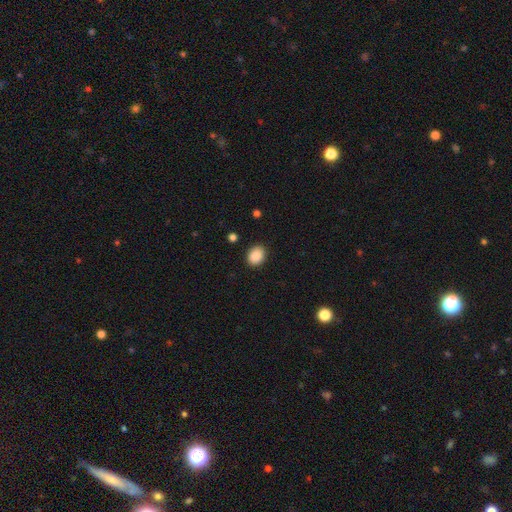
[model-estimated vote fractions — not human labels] smooth_or_featured: smooth (p=0.88) [alt: star or artifact p=0.08]
how_rounded: in between (p=0.52) [alt: round p=0.48]
merging: none (p=0.89) [alt: minor disturbance p=0.07]